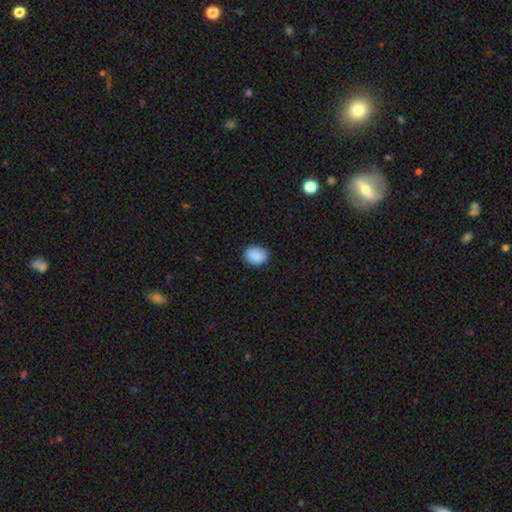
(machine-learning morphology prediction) Overall: smooth (90%). How rounded: in between (55%; round 44%). Merging: none (86%).